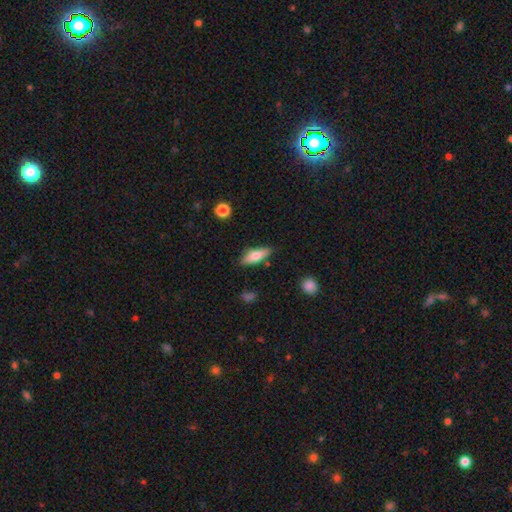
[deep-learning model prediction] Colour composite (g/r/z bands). It shows a smooth galaxy with no disk features (70%) that is in between round and cigar-shaped (68%). Merging: none (79%).